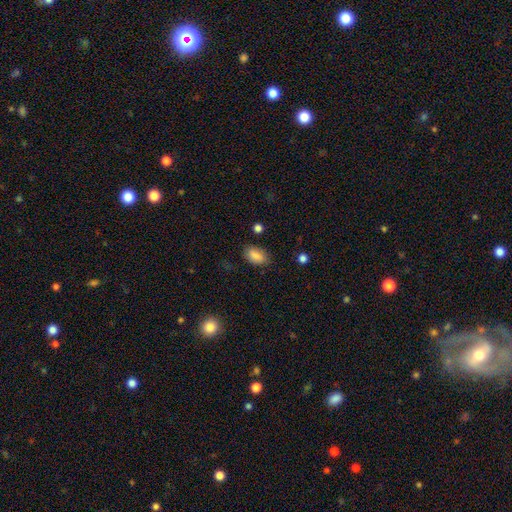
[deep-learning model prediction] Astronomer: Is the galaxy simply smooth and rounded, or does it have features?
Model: smooth — 86%.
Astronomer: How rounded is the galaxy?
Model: in between — 91%.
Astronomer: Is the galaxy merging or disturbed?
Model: none — 81%.